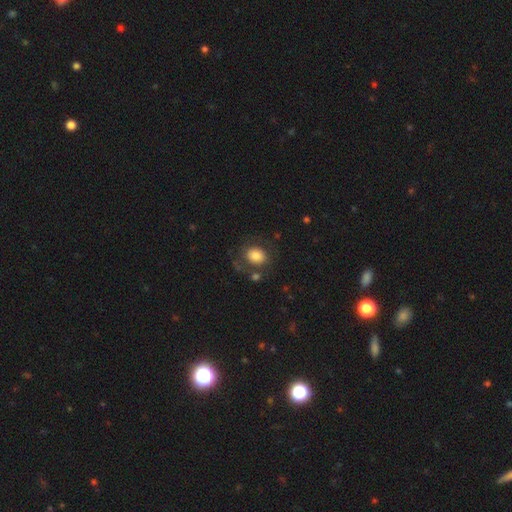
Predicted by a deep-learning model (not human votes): This is likely a smooth galaxy (80%). How rounded: possibly round (54%). Merging: likely none (69%).